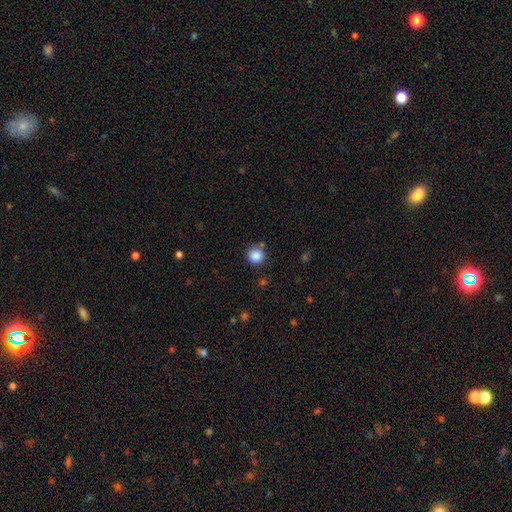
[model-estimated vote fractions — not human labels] This appears to be a smooth galaxy with no disk features (86%) that is round (92%). Merging: none (81%).